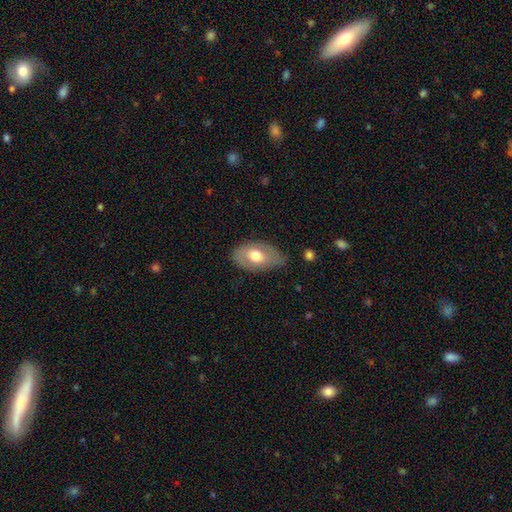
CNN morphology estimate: smooth 60%, featured or disk 33%, star or artifact 6%. Down the decision tree: how rounded — in between (90%); merging — none (63%).